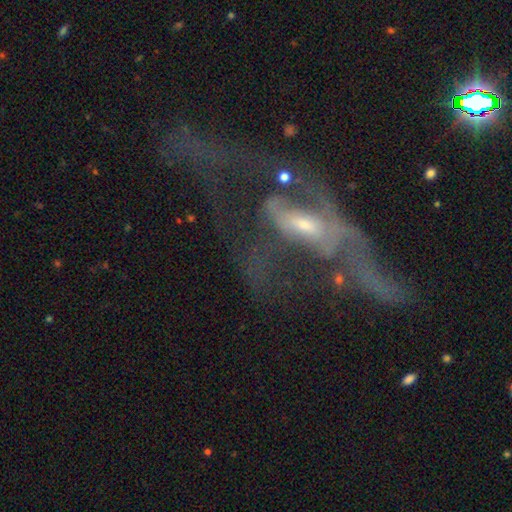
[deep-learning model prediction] The model was most divided on "bulge size": small: 45%, moderate: 44%, none: 6%, large: 4%, dominant: 2%. More confident: edge-on disk — no (84%); smooth or featured — featured or disk (70%); merging — major disturbance (58%); bar — no (56%); spiral arms — no (53%).